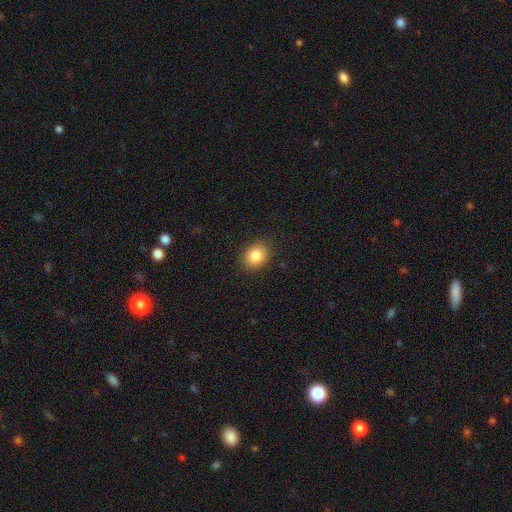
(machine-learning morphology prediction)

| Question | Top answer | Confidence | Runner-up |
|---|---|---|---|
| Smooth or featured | smooth | 85% | star or artifact (9%) |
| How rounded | round | 55% | in between (44%) |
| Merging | none | 88% | minor disturbance (9%) |